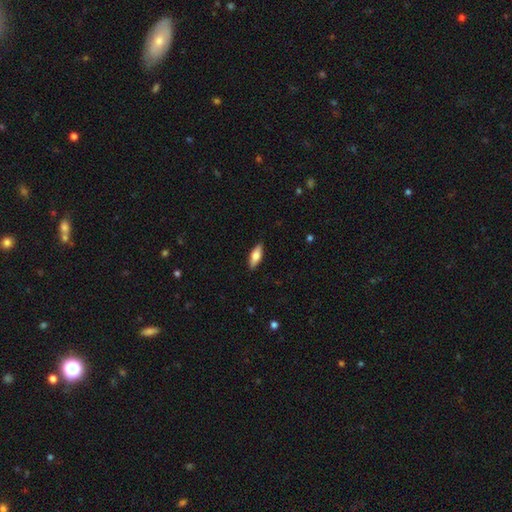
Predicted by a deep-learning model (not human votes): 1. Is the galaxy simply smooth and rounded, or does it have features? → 68% smooth, 26% featured or disk, 6% star or artifact.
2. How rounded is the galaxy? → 65% in between, 33% cigar-shaped, 2% round.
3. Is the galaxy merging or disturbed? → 89% none, 9% minor disturbance, 2% major disturbance, 1% merger.